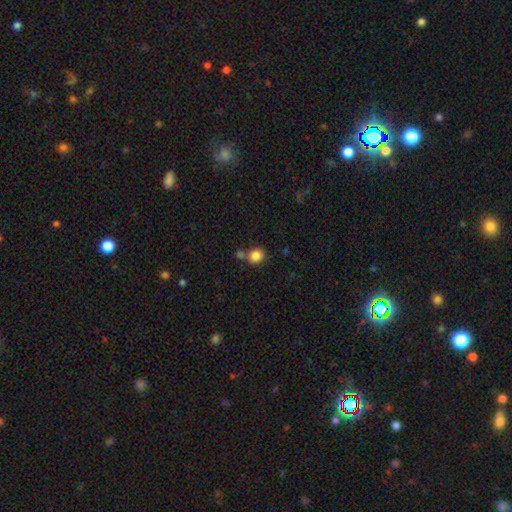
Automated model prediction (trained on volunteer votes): Smooth or featured? Predicted: smooth (p=0.85). How rounded? Predicted: round (p=0.78). Merging? Predicted: none (p=0.65).